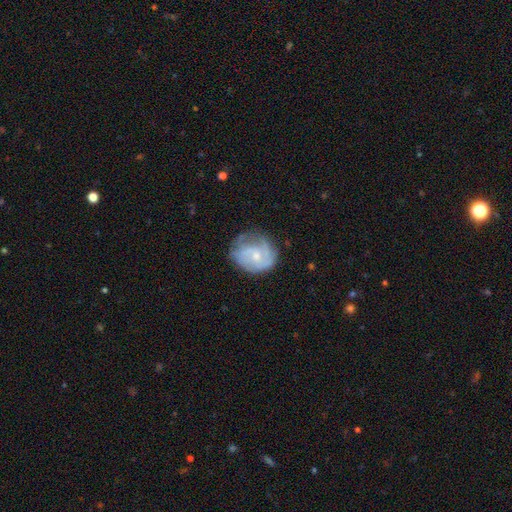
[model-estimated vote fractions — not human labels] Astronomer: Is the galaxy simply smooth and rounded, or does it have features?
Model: featured or disk — 63%.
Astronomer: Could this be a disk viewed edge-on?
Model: no — 98%.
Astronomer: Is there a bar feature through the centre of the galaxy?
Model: no — 69%.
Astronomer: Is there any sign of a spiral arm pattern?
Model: yes — 81%.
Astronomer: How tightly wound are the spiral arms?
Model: tight — 42% (runner-up: medium, 39%).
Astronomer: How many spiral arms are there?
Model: can't tell — 35% (runner-up: 2, 33%).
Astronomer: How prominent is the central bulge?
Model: small — 58% (runner-up: moderate, 35%).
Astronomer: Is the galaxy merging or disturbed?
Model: none — 56%.